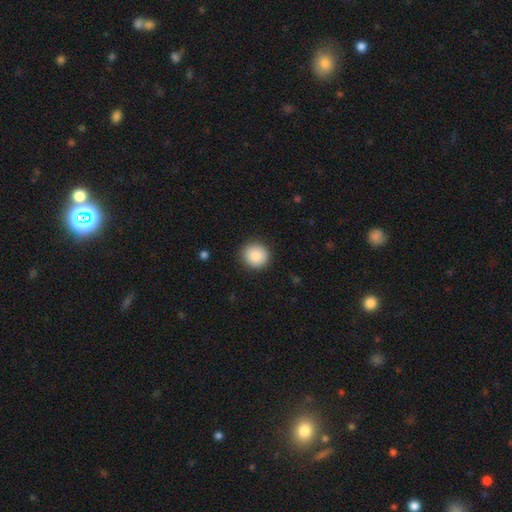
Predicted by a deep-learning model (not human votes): Smooth or featured?
  - smooth: 88% *
  - star or artifact: 8%
  - featured or disk: 4%
How rounded?
  - round: 91% *
  - in between: 8%
  - cigar-shaped: 1%
Merging?
  - none: 91% *
  - minor disturbance: 6%
  - major disturbance: 2%
  - merger: 1%